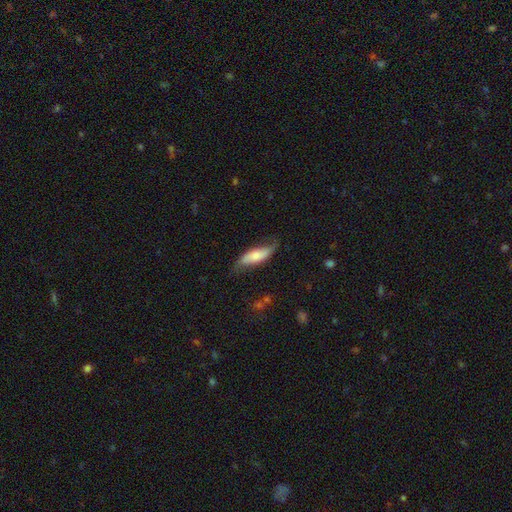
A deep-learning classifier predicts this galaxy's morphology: Smooth or featured?
  - smooth: 53% *
  - featured or disk: 40%
  - star or artifact: 7%
How rounded?
  - in between: 60% *
  - cigar-shaped: 38%
  - round: 2%
Merging?
  - none: 60% *
  - minor disturbance: 29%
  - major disturbance: 9%
  - merger: 2%